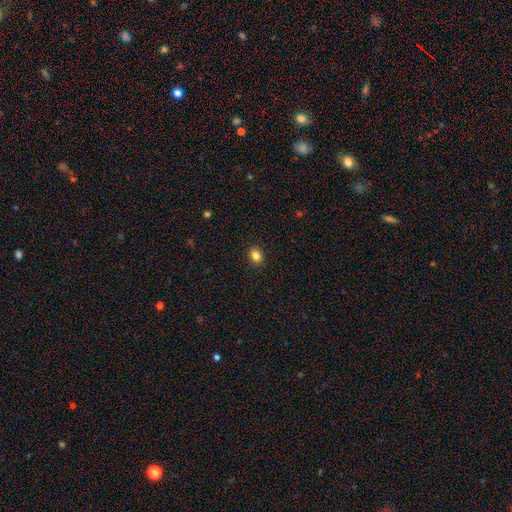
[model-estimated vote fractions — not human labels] smooth-or-featured: smooth: 84% | star or artifact: 11% | featured or disk: 5%
  how-rounded: in between: 54% | round: 45% | cigar-shaped: 1%
  merging: none: 90% | minor disturbance: 7% | major disturbance: 2% | merger: 1%